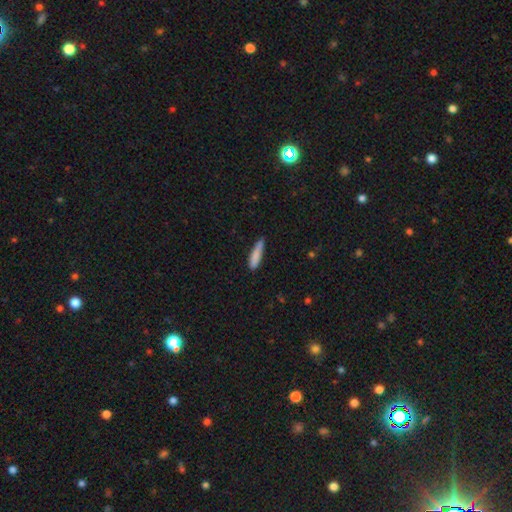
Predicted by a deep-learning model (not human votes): Smooth or featured? smooth (83%)
How rounded? cigar-shaped (82%)
Merging? none (69%)